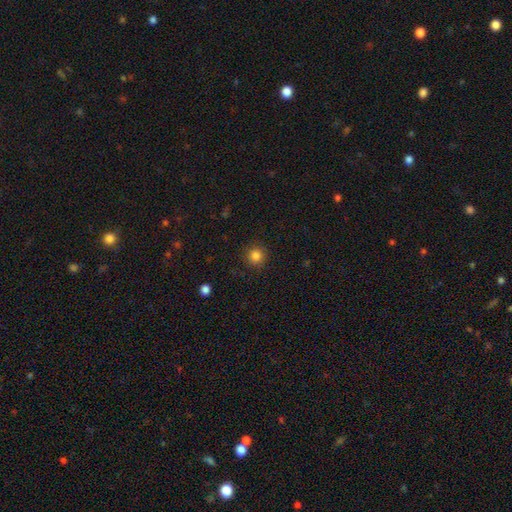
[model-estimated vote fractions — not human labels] smooth 83%, star or artifact 12%, featured or disk 5%. Down the decision tree: how rounded — round (94%); merging — none (90%).